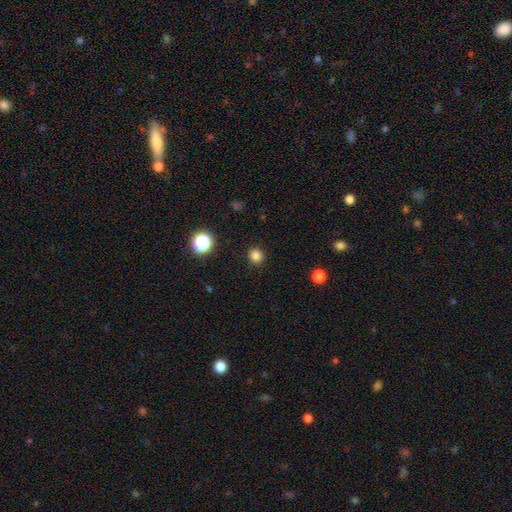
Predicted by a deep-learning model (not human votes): smooth-or-featured: smooth: 82% | star or artifact: 14% | featured or disk: 4%
  how-rounded: round: 90% | in between: 9% | cigar-shaped: 1%
  merging: none: 91% | minor disturbance: 6% | major disturbance: 2% | merger: 1%